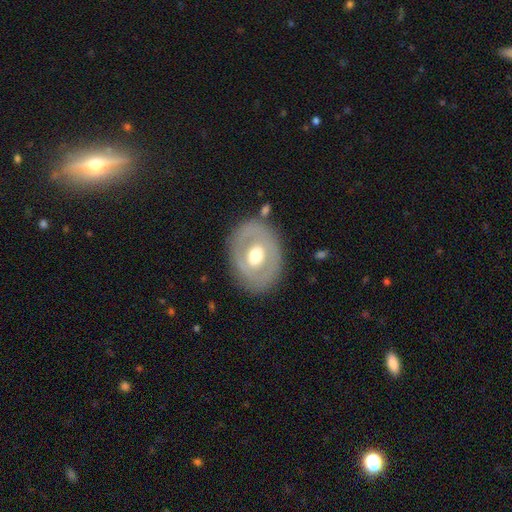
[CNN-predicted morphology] This is possibly a featured or disk galaxy (54%). It is clearly not viewed edge-on (93%). Bar: likely no (69%). Spiral arm pattern: clearly no (86%). Central bulge: likely moderate (67%). Merging: likely none (79%).